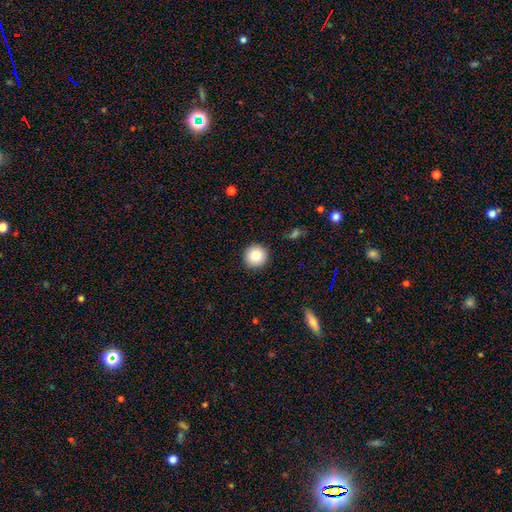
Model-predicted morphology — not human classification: Smooth or featured? smooth (81%)
How rounded? round (96%)
Merging? none (92%)